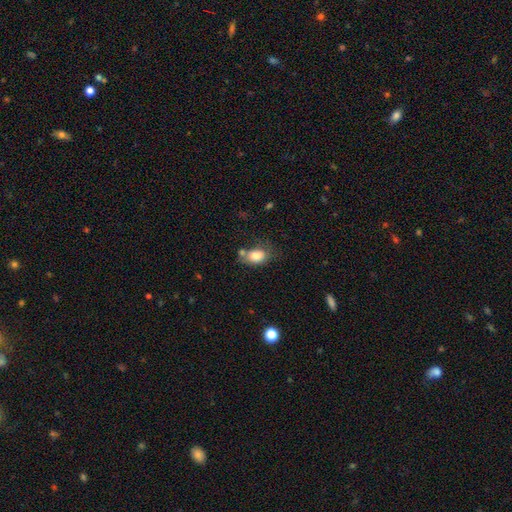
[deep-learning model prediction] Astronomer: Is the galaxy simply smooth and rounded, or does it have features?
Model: smooth — 80%.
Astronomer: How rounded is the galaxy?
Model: in between — 77%.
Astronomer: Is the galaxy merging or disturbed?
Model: none — 48% (runner-up: minor disturbance, 24%).